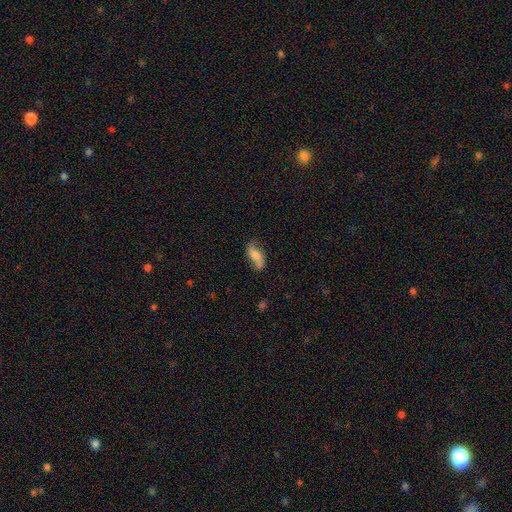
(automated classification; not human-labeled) Smooth or featured?
  - smooth: 67% *
  - featured or disk: 25%
  - star or artifact: 7%
How rounded?
  - in between: 83% *
  - cigar-shaped: 14%
  - round: 3%
Merging?
  - none: 62% *
  - minor disturbance: 27%
  - major disturbance: 8%
  - merger: 3%